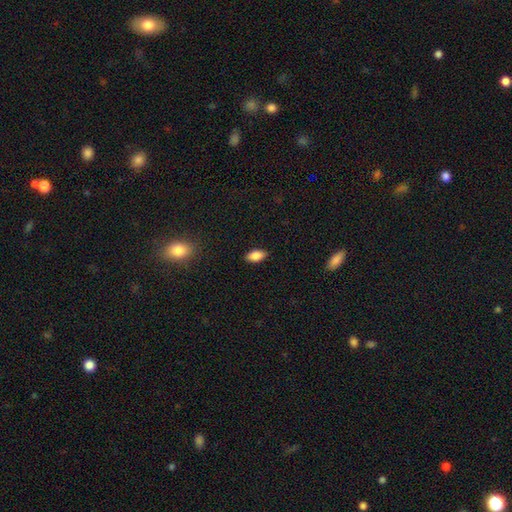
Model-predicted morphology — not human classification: Smooth or featured?
  - smooth: 86% *
  - star or artifact: 8%
  - featured or disk: 6%
How rounded?
  - in between: 91% *
  - cigar-shaped: 6%
  - round: 4%
Merging?
  - none: 88% *
  - minor disturbance: 9%
  - major disturbance: 2%
  - merger: 1%